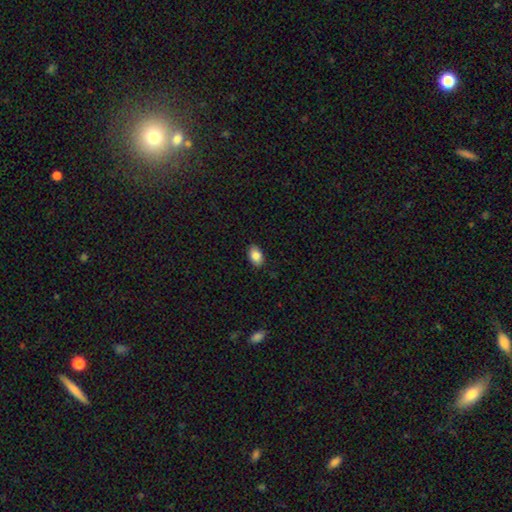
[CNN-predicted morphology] Smooth or featured: smooth — 86% (star or artifact — 8%)
How rounded: in between — 86% (round — 12%)
Merging: none — 88% (minor disturbance — 9%)